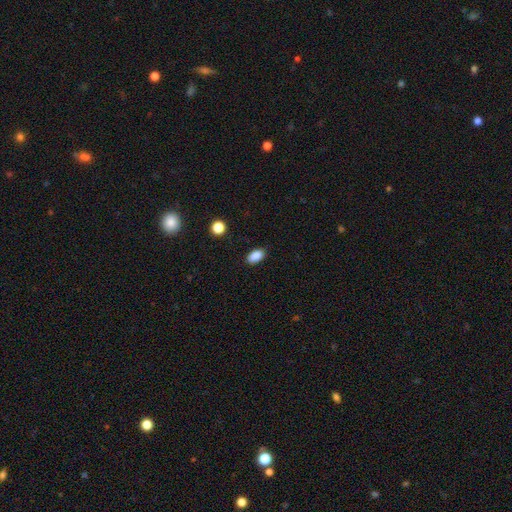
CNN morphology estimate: Smooth or featured?
  - smooth: 87% *
  - star or artifact: 9%
  - featured or disk: 4%
How rounded?
  - in between: 91% *
  - round: 6%
  - cigar-shaped: 2%
Merging?
  - none: 87% *
  - minor disturbance: 10%
  - major disturbance: 2%
  - merger: 1%